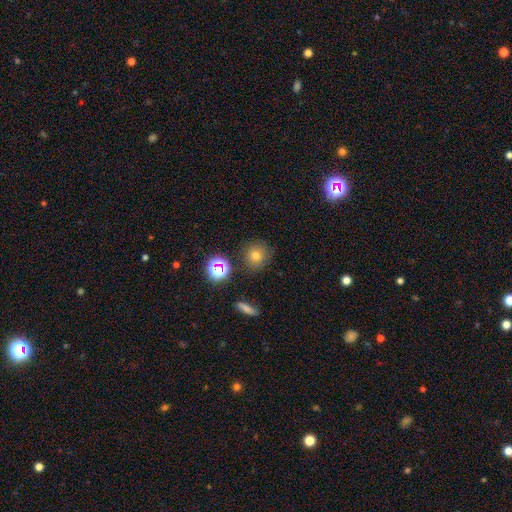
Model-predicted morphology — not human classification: Smooth or featured: smooth — 71% (star or artifact — 20%)
How rounded: round — 90% (in between — 9%)
Merging: none — 83% (minor disturbance — 10%)